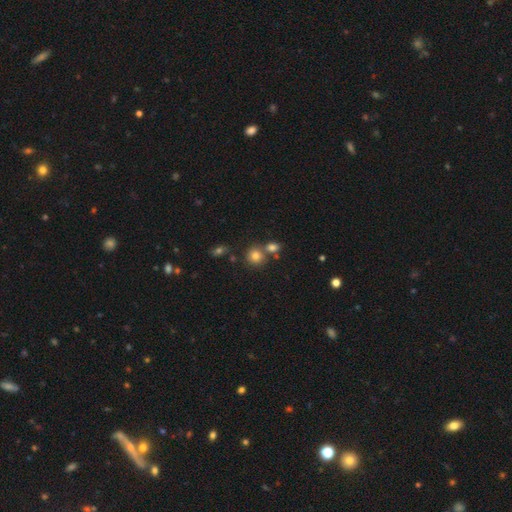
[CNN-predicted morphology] A smooth galaxy with no disk features (79%) that is round (84%).

Vote fractions:
- Smooth or featured? smooth: 79% / star or artifact: 13% / featured or disk: 8%
- How rounded? round: 84% / in between: 15% / cigar-shaped: 1%
- Merging? none: 62% / merger: 25% / minor disturbance: 9% / major disturbance: 3%